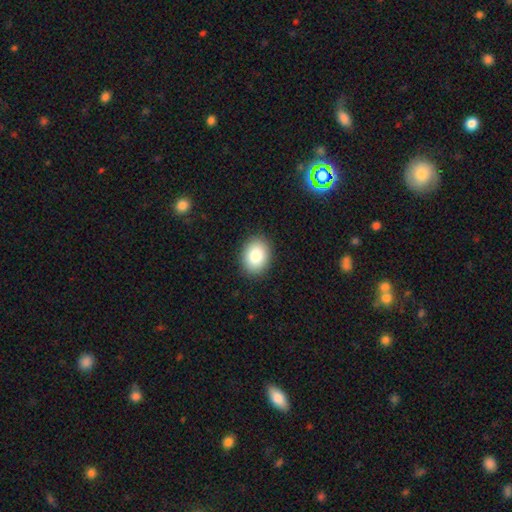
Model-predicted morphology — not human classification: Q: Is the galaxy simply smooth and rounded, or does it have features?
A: smooth — 84%.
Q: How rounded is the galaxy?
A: in between — 63%.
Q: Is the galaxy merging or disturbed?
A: none — 90%.